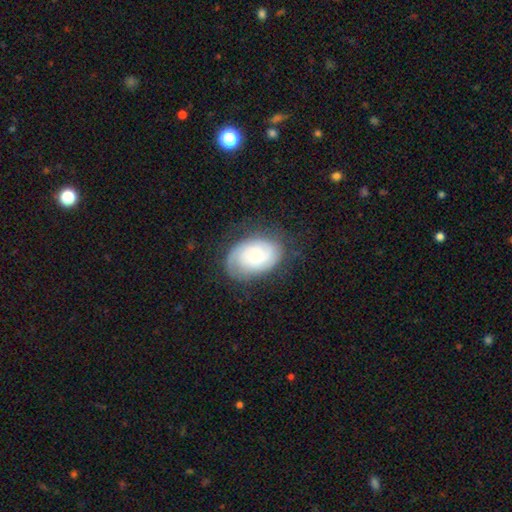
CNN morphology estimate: smooth_or_featured: featured or disk (p=0.60) [alt: smooth p=0.33]
disk_edge_on: no (p=0.96) [alt: yes p=0.04]
bar: no (p=0.76) [alt: weak p=0.20]
has_spiral_arms: yes (p=0.85) [alt: no p=0.15]
bulge_size: small (p=0.57) [alt: moderate p=0.37]
merging: none (p=0.70) [alt: minor disturbance p=0.20]